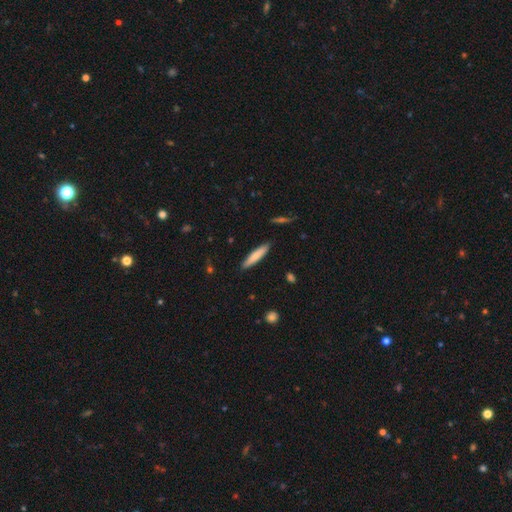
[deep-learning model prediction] Smooth or featured? Predicted: smooth (p=0.77). How rounded? Predicted: cigar-shaped (p=0.88). Merging? Predicted: none (p=0.89).